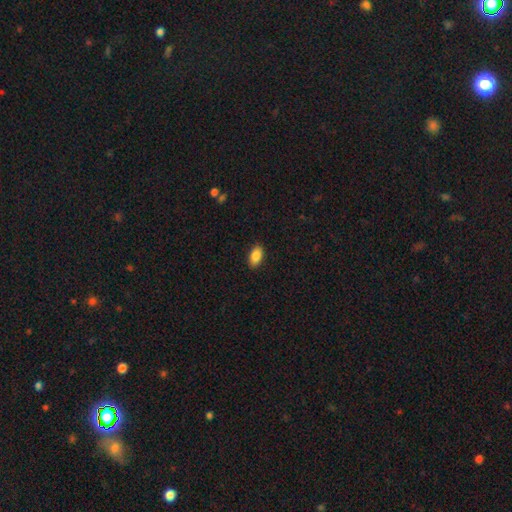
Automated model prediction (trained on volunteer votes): This is clearly a smooth galaxy (88%). How rounded: clearly in between (93%). Merging: clearly none (89%).